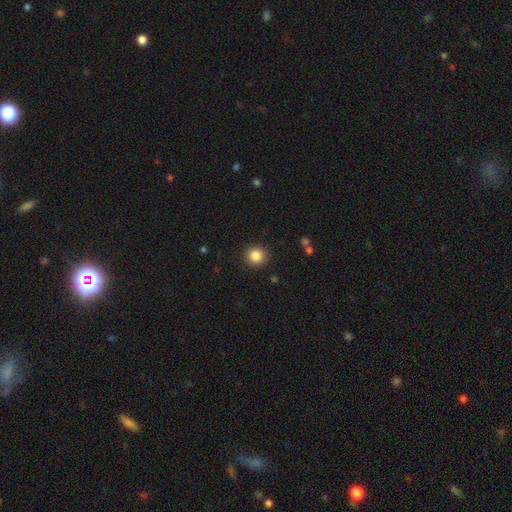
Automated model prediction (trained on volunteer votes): smooth-or-featured: smooth: 85% | star or artifact: 10% | featured or disk: 5%
  how-rounded: round: 93% | in between: 6% | cigar-shaped: 1%
  merging: none: 92% | minor disturbance: 5% | major disturbance: 2% | merger: 1%